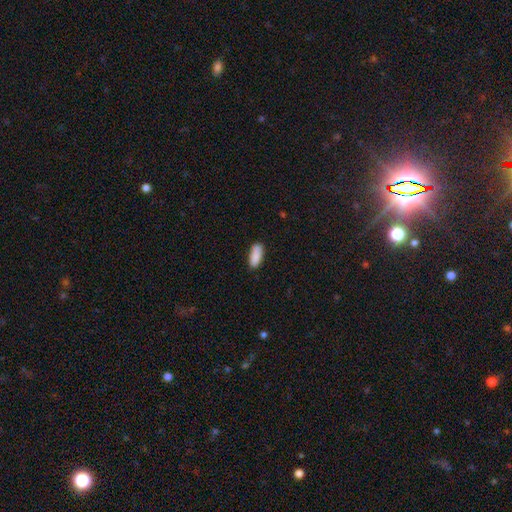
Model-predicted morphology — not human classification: type=smooth (88%); roundness=in between (82%); merging=none (81%).